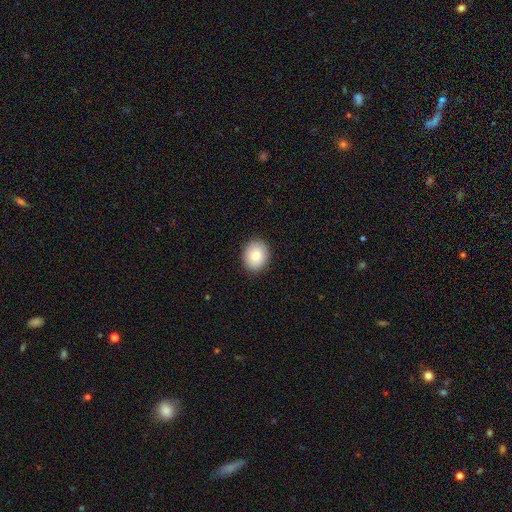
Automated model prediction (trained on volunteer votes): Smooth or featured? smooth (80%)
How rounded? round (66%)
Merging? none (90%)